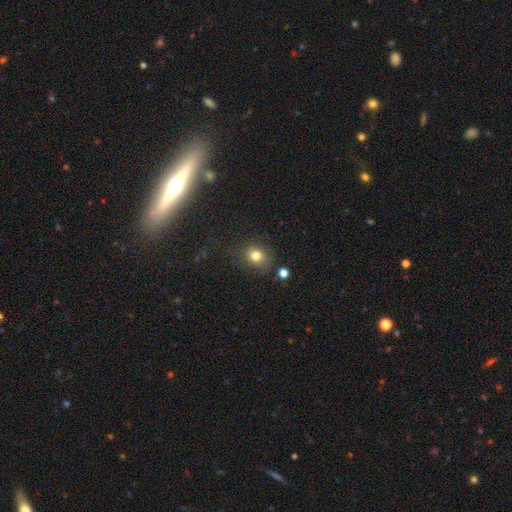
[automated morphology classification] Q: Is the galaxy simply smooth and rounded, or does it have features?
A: smooth — 78%.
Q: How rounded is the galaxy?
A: round — 70%.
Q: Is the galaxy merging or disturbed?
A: none — 77%.